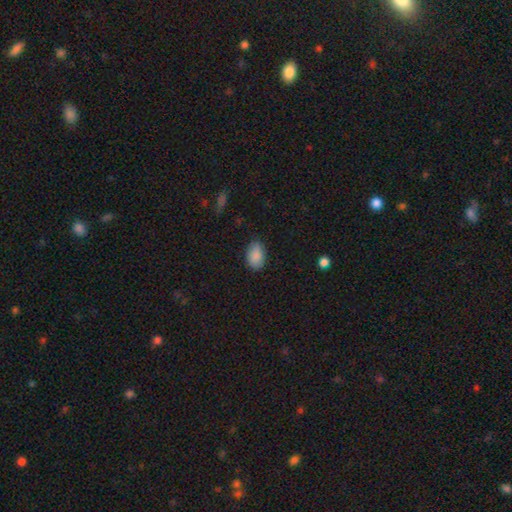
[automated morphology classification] A smooth galaxy with no disk features (88%) that is in between round and cigar-shaped (90%).

Vote fractions:
- Smooth or featured? smooth: 88% / star or artifact: 7% / featured or disk: 5%
- How rounded? in between: 90% / round: 9% / cigar-shaped: 1%
- Merging? none: 77% / minor disturbance: 19% / major disturbance: 3% / merger: 1%